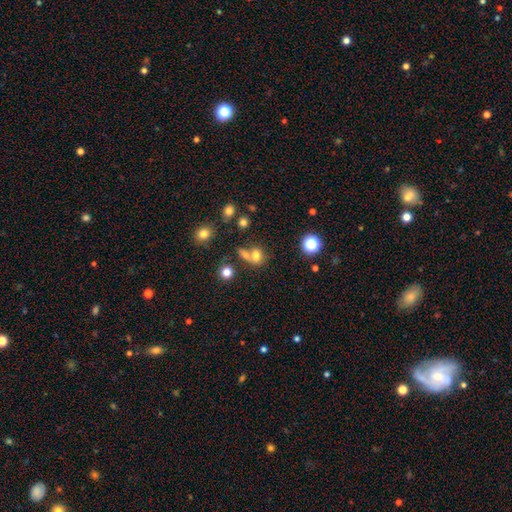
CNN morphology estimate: Smooth or featured?
  - smooth: 71% *
  - star or artifact: 17%
  - featured or disk: 13%
How rounded?
  - round: 50% *
  - in between: 48%
  - cigar-shaped: 2%
Merging?
  - merger: 47% *
  - none: 35%
  - minor disturbance: 10%
  - major disturbance: 7%